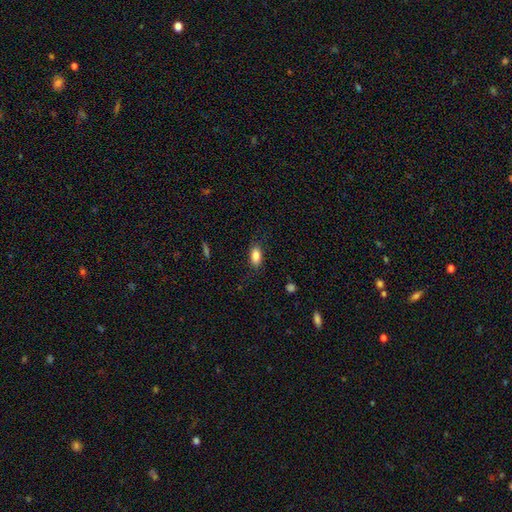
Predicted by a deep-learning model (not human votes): Smooth or featured? smooth (85%)
How rounded? in between (87%)
Merging? none (83%)